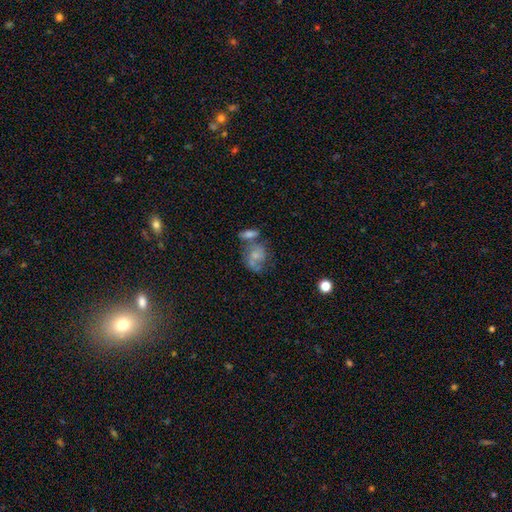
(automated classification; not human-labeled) Q: Smooth or featured?
A: smooth (52%); runner-up: featured or disk (38%)
Q: How rounded?
A: in between (55%); runner-up: round (43%)
Q: Merging?
A: merger (33%); runner-up: none (32%)